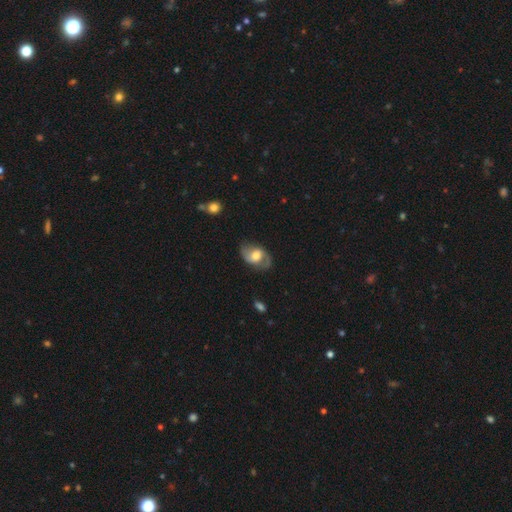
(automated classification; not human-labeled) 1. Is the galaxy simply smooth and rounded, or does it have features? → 65% featured or disk, 29% smooth, 7% star or artifact.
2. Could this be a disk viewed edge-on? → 95% no, 5% yes.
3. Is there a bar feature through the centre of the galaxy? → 49% no, 40% weak, 12% strong.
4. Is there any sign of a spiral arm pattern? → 84% yes, 16% no.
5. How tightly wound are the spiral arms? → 45% medium, 38% loose, 17% tight.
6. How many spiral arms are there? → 86% 2, 7% can't tell, 4% 1, 1% 3, 1% 4, 1% more than 4.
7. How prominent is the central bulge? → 57% moderate, 27% large, 12% small, 2% dominant, 2% none.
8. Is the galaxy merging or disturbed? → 72% none, 19% minor disturbance, 8% major disturbance, 1% merger.